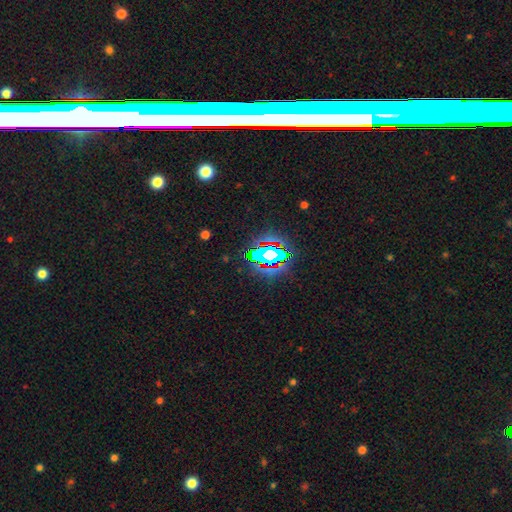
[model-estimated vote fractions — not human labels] A star or artifact, not a galaxy (68%).

Vote fractions:
- Smooth or featured? star or artifact: 68% / featured or disk: 17% / smooth: 15%